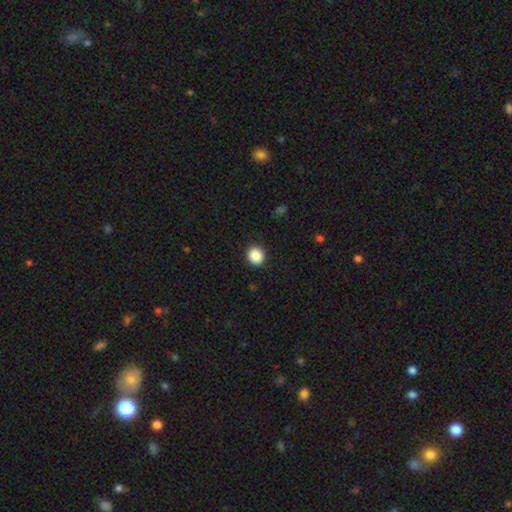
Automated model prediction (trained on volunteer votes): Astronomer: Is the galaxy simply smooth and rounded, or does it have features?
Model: smooth — 88%.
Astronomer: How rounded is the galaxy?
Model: round — 83%.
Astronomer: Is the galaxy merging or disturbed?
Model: none — 91%.